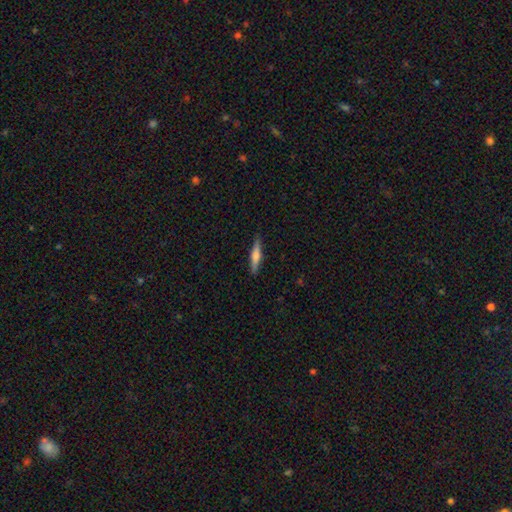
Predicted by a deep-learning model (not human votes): This is possibly a smooth galaxy (49%). Merging: clearly none (90%).